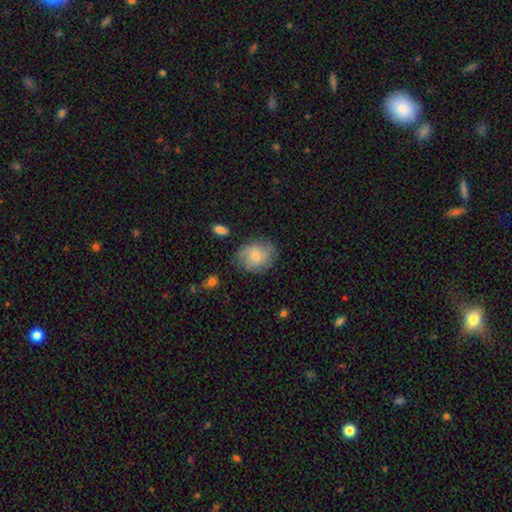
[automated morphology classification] Q: Smooth or featured?
A: smooth (68%); runner-up: featured or disk (24%)
Q: How rounded?
A: round (54%); runner-up: in between (45%)
Q: Merging?
A: none (74%); runner-up: minor disturbance (18%)